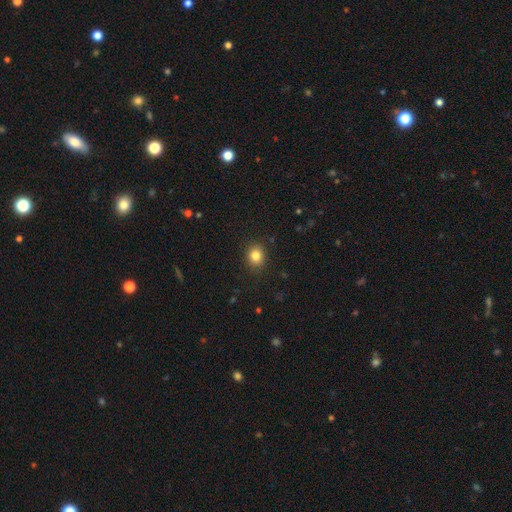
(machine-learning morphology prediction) Smooth or featured: smooth — 83% (star or artifact — 11%)
How rounded: round — 73% (in between — 26%)
Merging: none — 88% (minor disturbance — 8%)